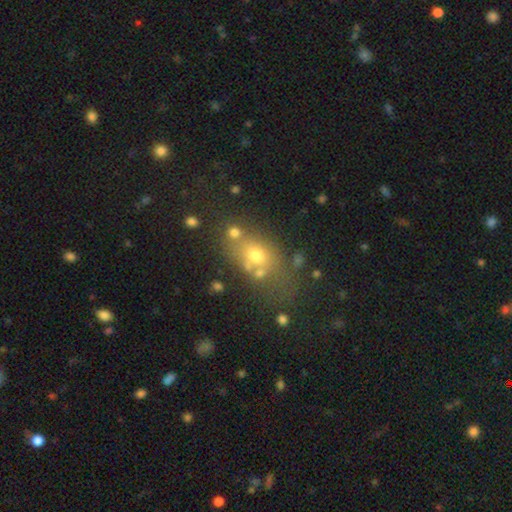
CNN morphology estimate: A smooth galaxy with no disk features (62%) that is in between round and cigar-shaped (66%). Merging: none (52%).